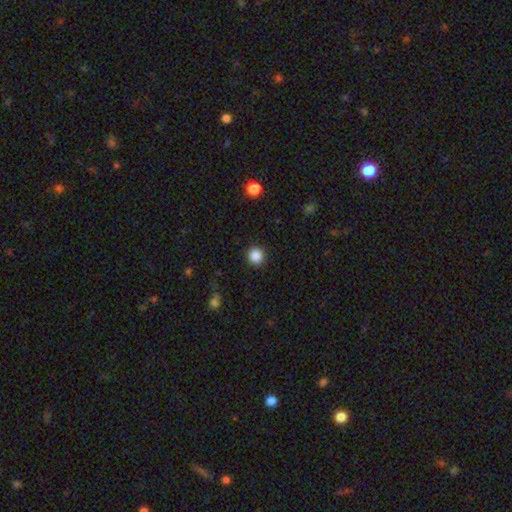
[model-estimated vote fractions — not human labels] Q: Smooth or featured?
A: smooth (87%); runner-up: star or artifact (10%)
Q: How rounded?
A: round (94%); runner-up: in between (6%)
Q: Merging?
A: none (90%); runner-up: minor disturbance (6%)